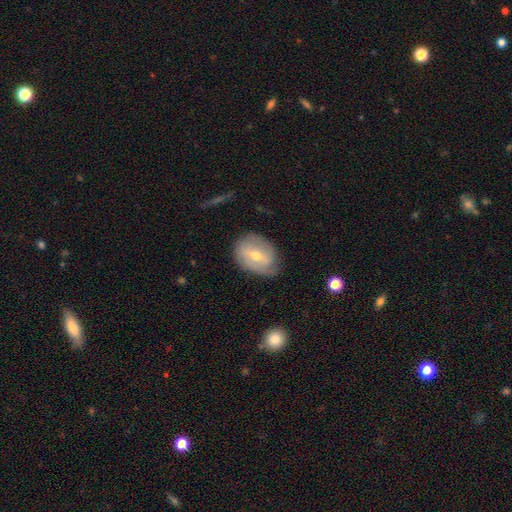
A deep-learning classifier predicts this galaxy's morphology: smooth-or-featured: featured or disk: 57% | smooth: 35% | star or artifact: 8%
  disk-edge-on: no: 93% | yes: 7%
    bar: weak: 45% | strong: 30% | no: 24%
    has-spiral-arms: yes: 64% | no: 36%
    bulge-size: moderate: 57% | small: 40% | large: 2% | none: 1% | dominant: 1%
  merging: none: 65% | minor disturbance: 25% | major disturbance: 8% | merger: 1%